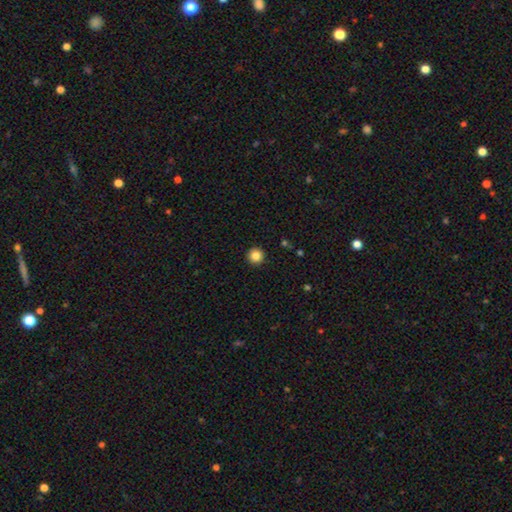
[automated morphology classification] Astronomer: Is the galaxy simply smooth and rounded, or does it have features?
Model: smooth — 85%.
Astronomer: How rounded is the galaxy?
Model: round — 96%.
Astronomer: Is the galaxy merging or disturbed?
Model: none — 93%.